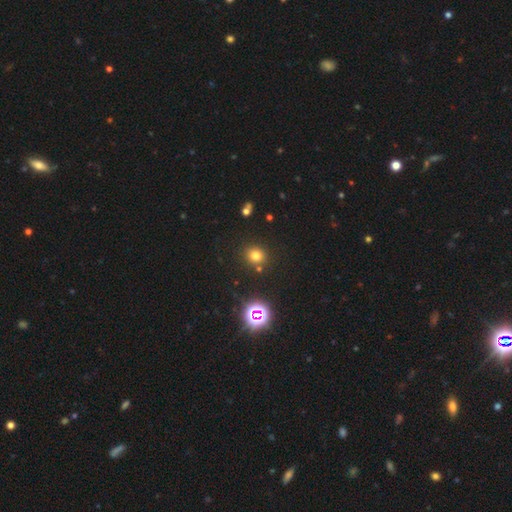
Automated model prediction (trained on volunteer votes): Smooth or featured? Predicted: smooth (p=0.72). How rounded? Predicted: round (p=0.82). Merging? Predicted: none (p=0.83).